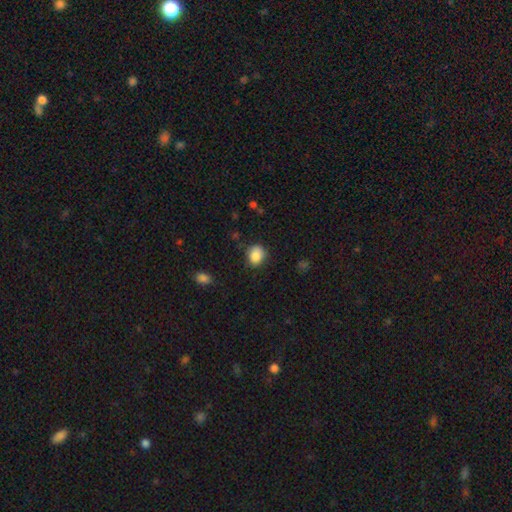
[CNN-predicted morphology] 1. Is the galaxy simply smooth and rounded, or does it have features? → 86% smooth, 9% star or artifact, 4% featured or disk.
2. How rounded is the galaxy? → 56% round, 43% in between, 1% cigar-shaped.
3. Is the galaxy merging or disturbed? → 74% none, 20% minor disturbance, 4% major disturbance, 2% merger.